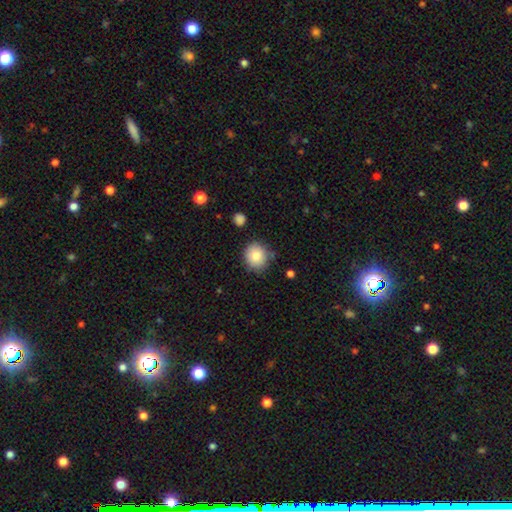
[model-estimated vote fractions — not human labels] Q: Smooth or featured?
A: smooth (82%); runner-up: star or artifact (9%)
Q: How rounded?
A: round (84%); runner-up: in between (15%)
Q: Merging?
A: none (81%); runner-up: minor disturbance (12%)